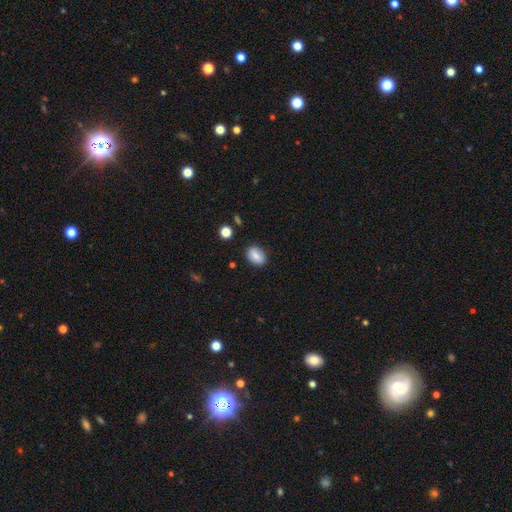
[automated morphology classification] Smooth or featured?
  - smooth: 81% *
  - featured or disk: 10%
  - star or artifact: 9%
How rounded?
  - in between: 79% *
  - round: 19%
  - cigar-shaped: 2%
Merging?
  - none: 85% *
  - minor disturbance: 11%
  - major disturbance: 3%
  - merger: 2%